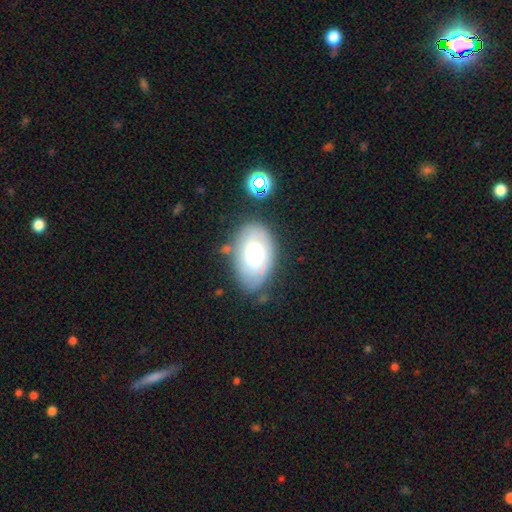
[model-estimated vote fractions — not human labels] Smooth or featured? smooth (65%)
How rounded? in between (90%)
Merging? none (69%)